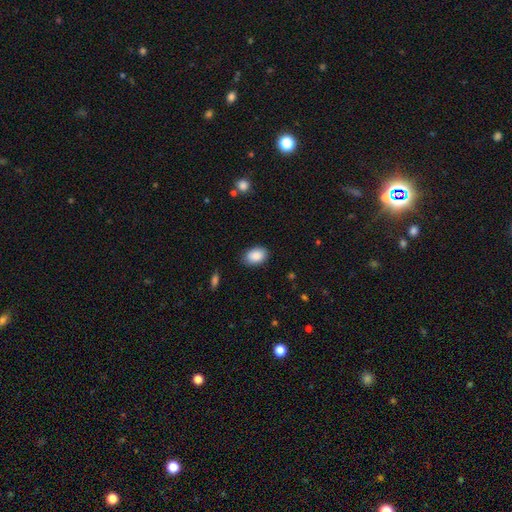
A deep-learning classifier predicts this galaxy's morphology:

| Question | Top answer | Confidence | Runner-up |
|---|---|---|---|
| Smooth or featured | smooth | 89% | star or artifact (7%) |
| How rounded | in between | 85% | round (14%) |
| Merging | none | 85% | minor disturbance (11%) |